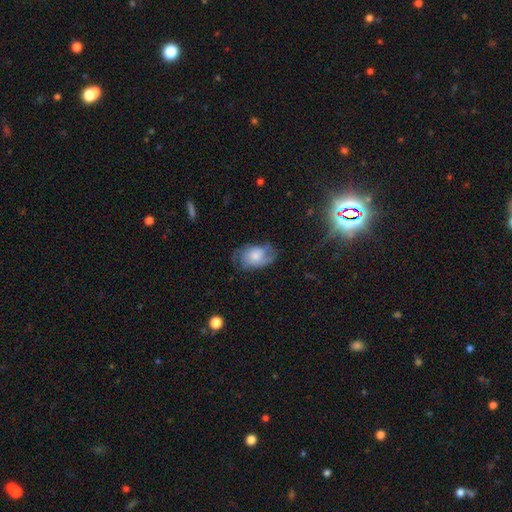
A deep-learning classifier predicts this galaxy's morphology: Smooth or featured? Predicted: featured or disk (p=0.48). Merging? Predicted: none (p=0.56).